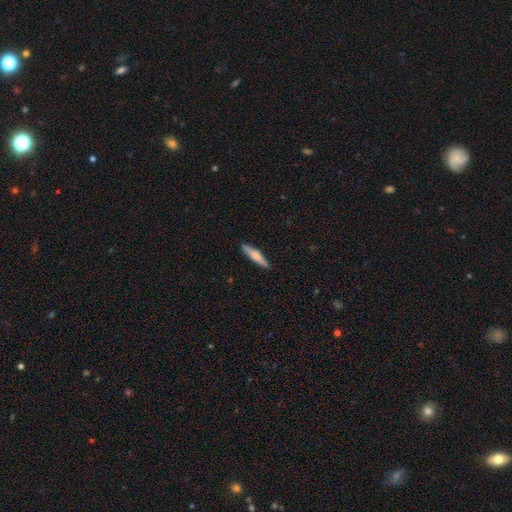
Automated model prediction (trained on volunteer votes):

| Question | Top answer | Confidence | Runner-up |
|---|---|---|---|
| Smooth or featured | smooth | 62% | featured or disk (33%) |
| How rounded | cigar-shaped | 87% | in between (11%) |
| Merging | none | 90% | minor disturbance (7%) |